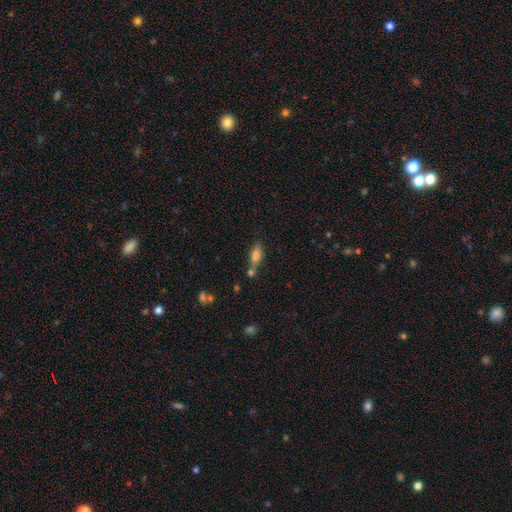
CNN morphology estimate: Smooth or featured?
  - smooth: 66% *
  - featured or disk: 25%
  - star or artifact: 9%
How rounded?
  - in between: 59% *
  - cigar-shaped: 38%
  - round: 3%
Merging?
  - none: 56% *
  - merger: 24%
  - minor disturbance: 15%
  - major disturbance: 5%